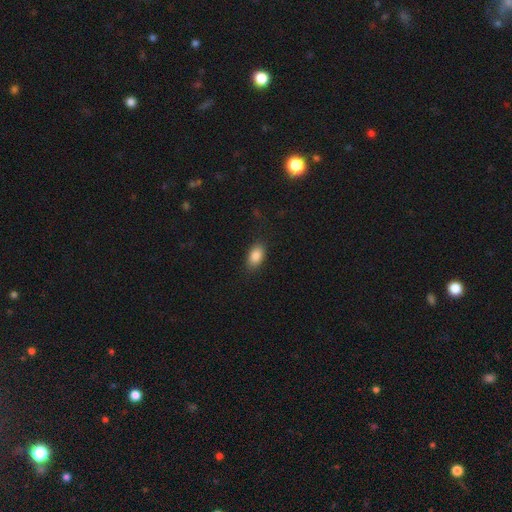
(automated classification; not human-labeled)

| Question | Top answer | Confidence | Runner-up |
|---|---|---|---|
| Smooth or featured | smooth | 87% | star or artifact (8%) |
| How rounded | in between | 91% | round (7%) |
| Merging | none | 85% | minor disturbance (11%) |